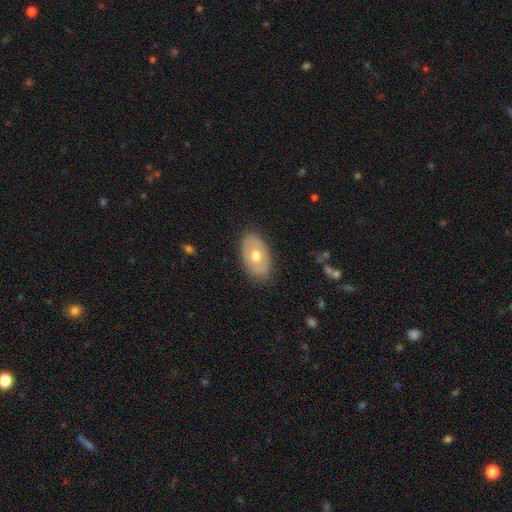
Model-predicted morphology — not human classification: This is possibly a smooth galaxy (50%). Merging: clearly none (82%).